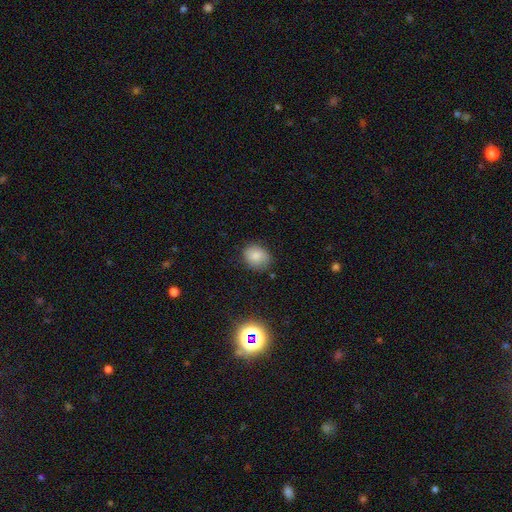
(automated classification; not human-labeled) smooth-or-featured: smooth: 79% | featured or disk: 11% | star or artifact: 10%
  how-rounded: round: 60% | in between: 39% | cigar-shaped: 1%
  merging: none: 78% | minor disturbance: 17% | major disturbance: 4% | merger: 1%